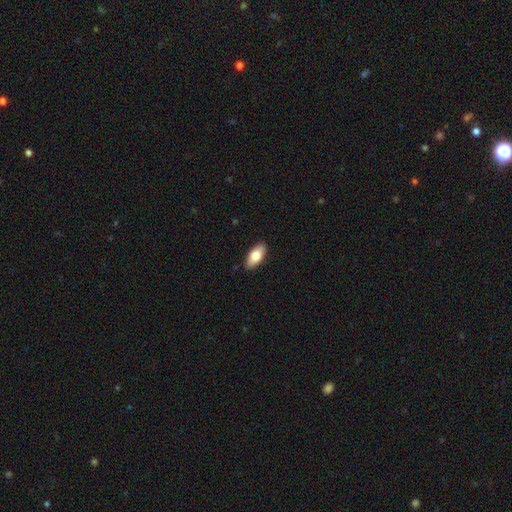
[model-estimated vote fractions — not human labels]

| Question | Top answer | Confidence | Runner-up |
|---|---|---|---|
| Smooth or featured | smooth | 77% | featured or disk (17%) |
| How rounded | in between | 88% | cigar-shaped (9%) |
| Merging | none | 88% | minor disturbance (9%) |